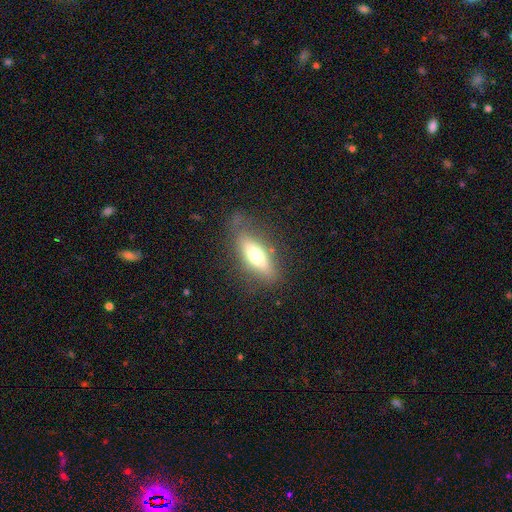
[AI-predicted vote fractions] smooth-or-featured: smooth: 59% | featured or disk: 33% | star or artifact: 8%
  how-rounded: in between: 60% | cigar-shaped: 37% | round: 3%
  merging: none: 70% | minor disturbance: 19% | major disturbance: 9% | merger: 2%